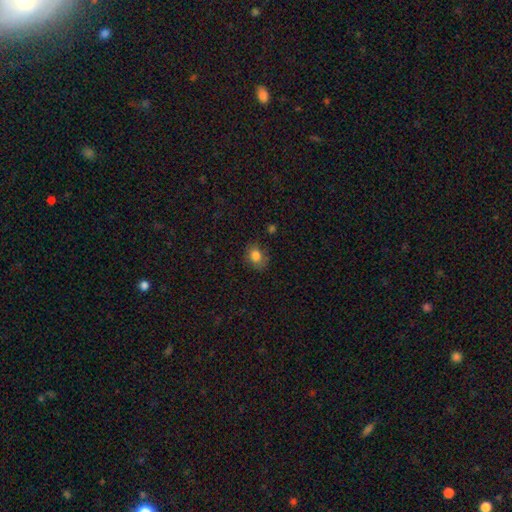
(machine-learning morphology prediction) smooth_or_featured: smooth (p=0.81) [alt: star or artifact p=0.10]
how_rounded: in between (p=0.50) [alt: round p=0.49]
merging: none (p=0.69) [alt: minor disturbance p=0.22]